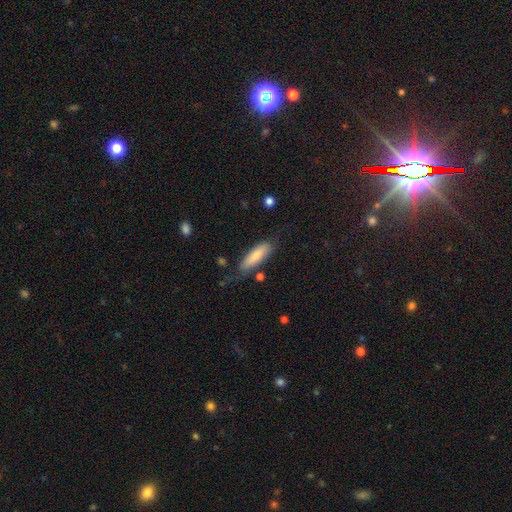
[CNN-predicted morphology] This is likely a smooth galaxy (75%). How rounded: possibly in between (52%). Merging: likely none (67%).